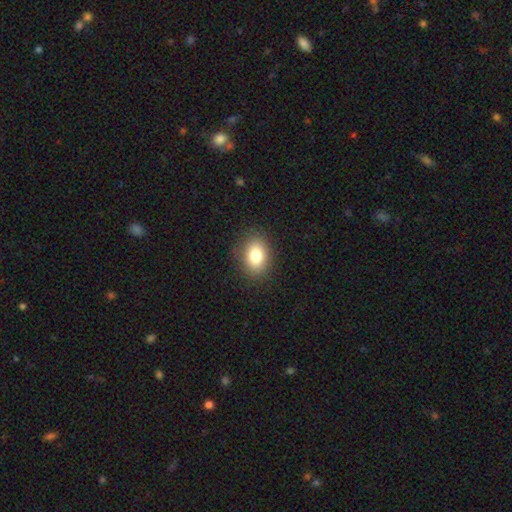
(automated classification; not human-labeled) A smooth galaxy with no disk features (82%) that is in between round and cigar-shaped (75%).

Vote fractions:
- Smooth or featured? smooth: 82% / featured or disk: 9% / star or artifact: 9%
- How rounded? in between: 75% / round: 24% / cigar-shaped: 1%
- Merging? none: 87% / minor disturbance: 9% / major disturbance: 3% / merger: 1%